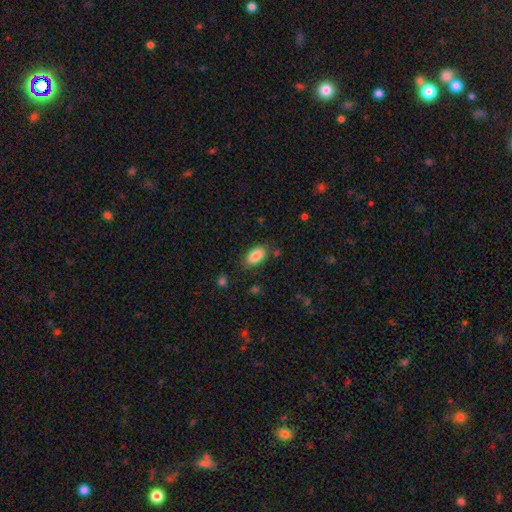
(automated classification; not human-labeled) This appears to be a smooth galaxy with no disk features (87%) that is in between round and cigar-shaped (93%). Merging: none (79%).